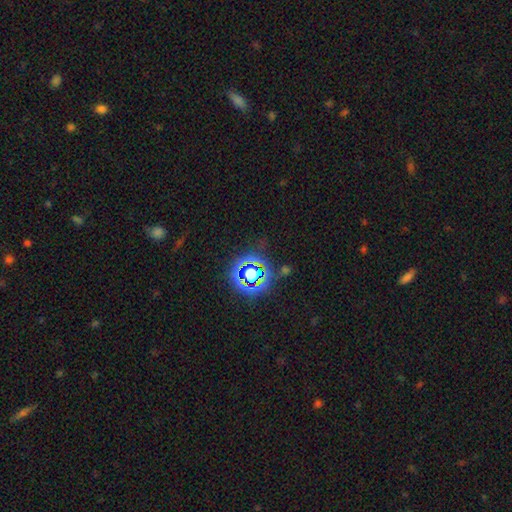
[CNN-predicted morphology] This appears to be a star or artifact, not a galaxy (79%).